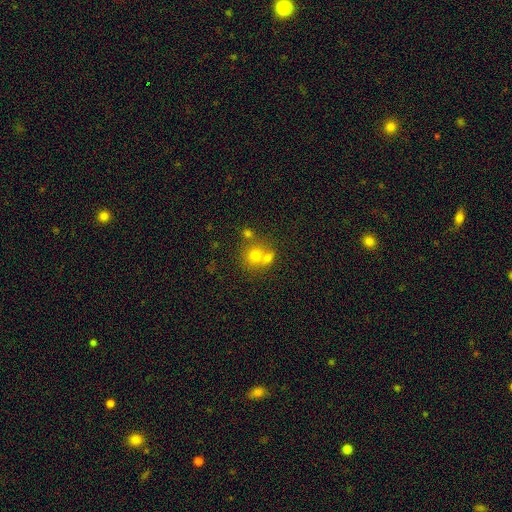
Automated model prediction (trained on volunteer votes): The model was most divided on "merging": merger: 47%, none: 43%, minor disturbance: 8%, major disturbance: 3%. More confident: how rounded — round (83%); smooth or featured — smooth (70%).